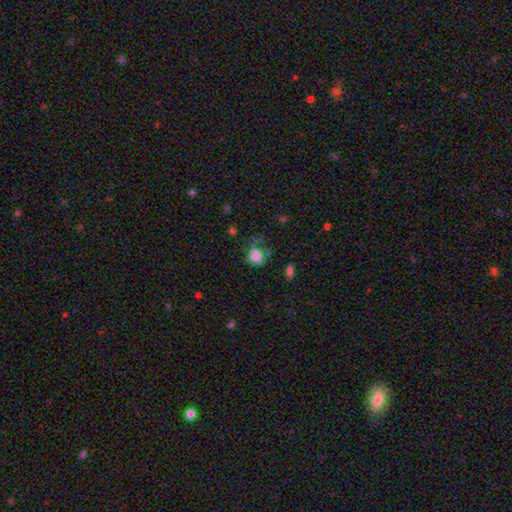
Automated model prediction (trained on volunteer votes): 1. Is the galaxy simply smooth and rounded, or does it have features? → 78% smooth, 12% featured or disk, 10% star or artifact.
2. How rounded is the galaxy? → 61% round, 38% in between, 1% cigar-shaped.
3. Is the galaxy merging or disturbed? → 37% none, 29% minor disturbance, 27% major disturbance, 7% merger.